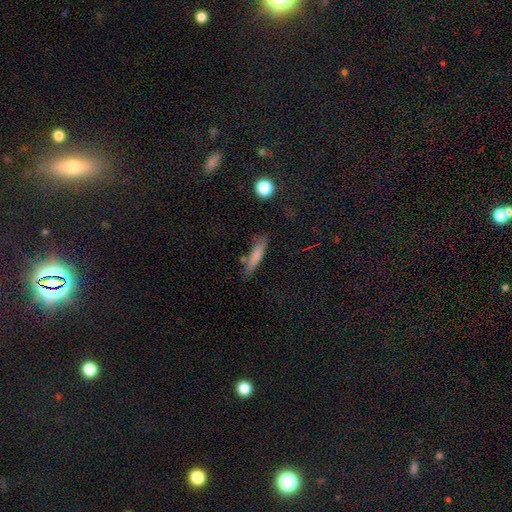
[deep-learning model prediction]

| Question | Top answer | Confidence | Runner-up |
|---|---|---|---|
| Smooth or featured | smooth | 76% | featured or disk (16%) |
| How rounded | cigar-shaped | 84% | in between (14%) |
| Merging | none | 77% | minor disturbance (15%) |